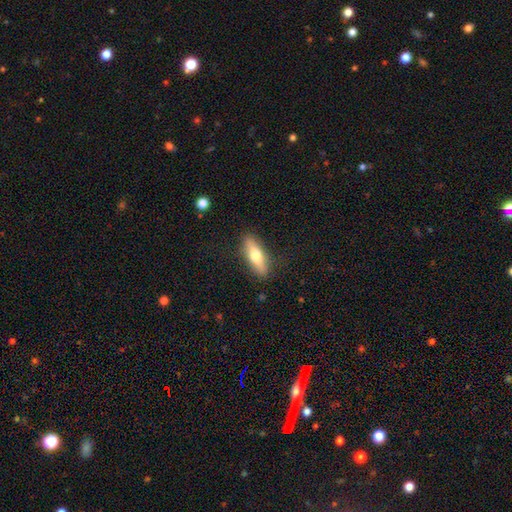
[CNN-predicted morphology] type=smooth (58%); roundness=cigar-shaped (53%); merging=none (86%).